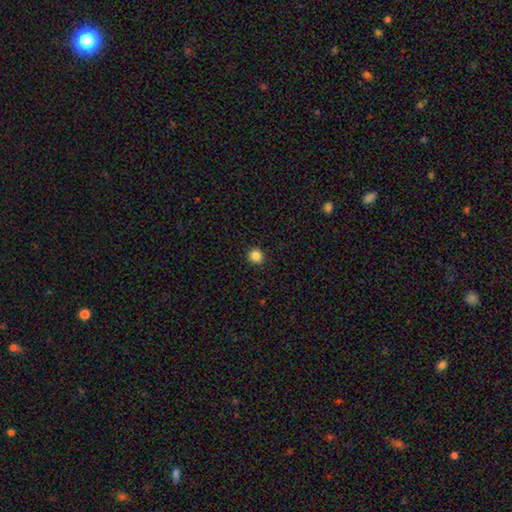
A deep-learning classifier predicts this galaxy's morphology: smooth_or_featured: smooth (p=0.85) [alt: star or artifact p=0.12]
how_rounded: round (p=0.95) [alt: in between p=0.04]
merging: none (p=0.93) [alt: minor disturbance p=0.05]